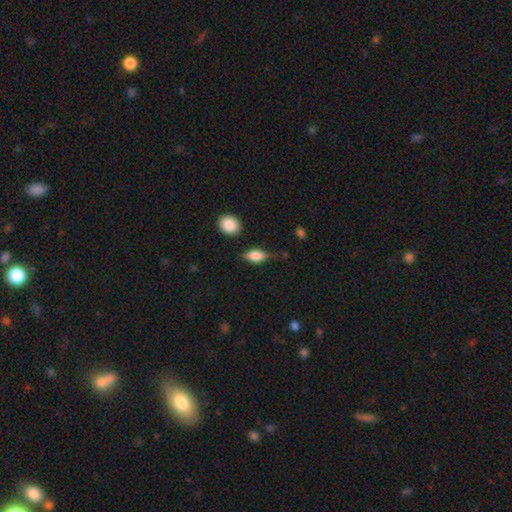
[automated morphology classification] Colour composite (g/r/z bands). It shows a smooth galaxy with no disk features (62%) that is in between round and cigar-shaped (77%). Merging: none (69%).